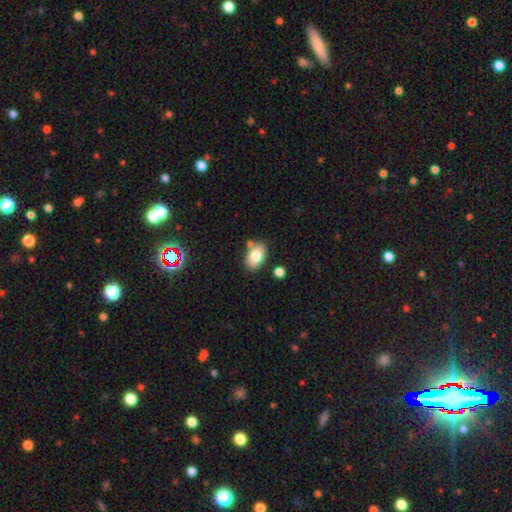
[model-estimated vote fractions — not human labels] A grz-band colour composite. It shows a smooth galaxy with no disk features (80%) that is in between round and cigar-shaped (89%). Merging: none (75%).